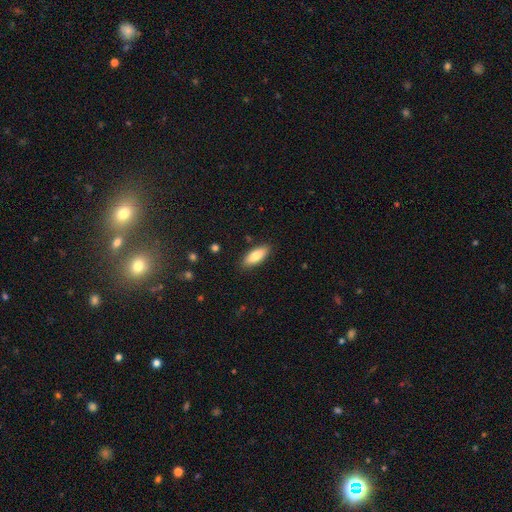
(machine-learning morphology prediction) Overall: smooth (82%). How rounded: in between (74%). Merging: none (87%).